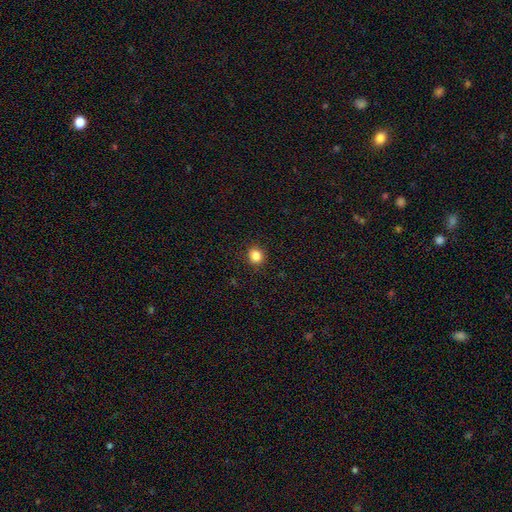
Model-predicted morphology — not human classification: The model was most divided on "smooth or featured": smooth: 85%, star or artifact: 12%, featured or disk: 4%. More confident: merging — none (91%); how rounded — round (87%).